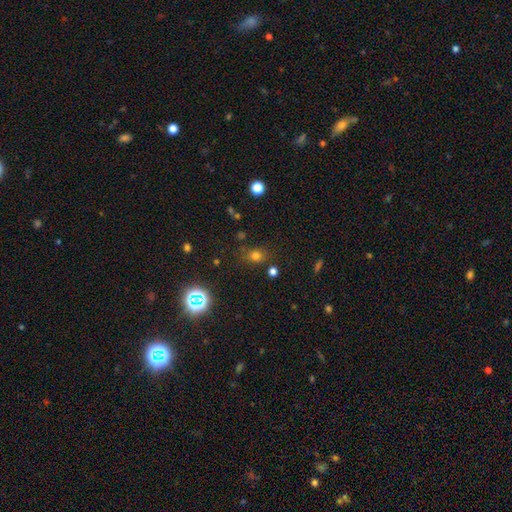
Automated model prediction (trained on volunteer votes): Smooth or featured? smooth (70%)
How rounded? round (68%)
Merging? none (76%)